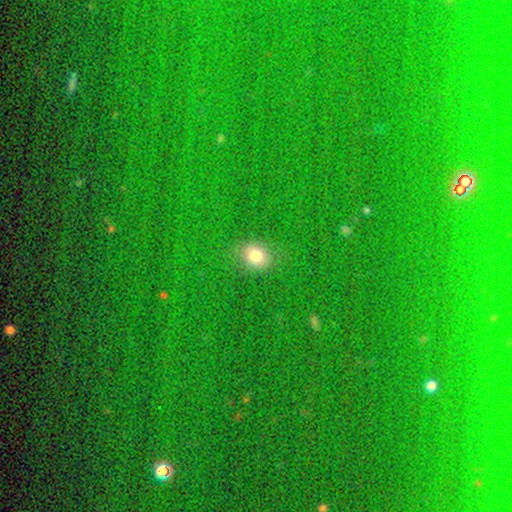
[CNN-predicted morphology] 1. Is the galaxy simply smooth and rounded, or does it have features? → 68% smooth, 22% star or artifact, 11% featured or disk.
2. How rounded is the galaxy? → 48% in between (tied), 48% round (tied), 3% cigar-shaped.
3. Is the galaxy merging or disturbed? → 79% none, 11% minor disturbance, 7% major disturbance, 3% merger.